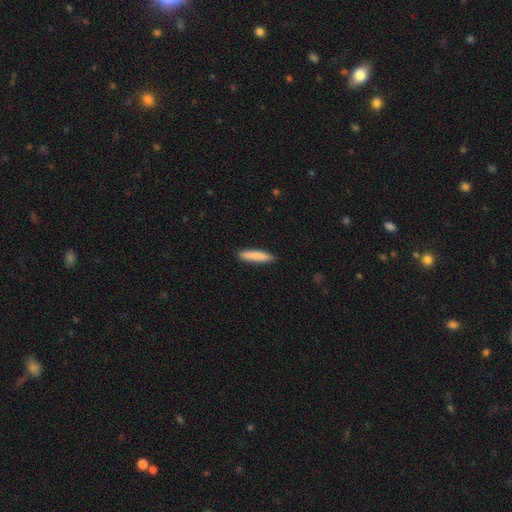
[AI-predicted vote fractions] smooth 87%, featured or disk 8%, star or artifact 5%. Down the decision tree: how rounded — cigar-shaped (82%); merging — none (90%).